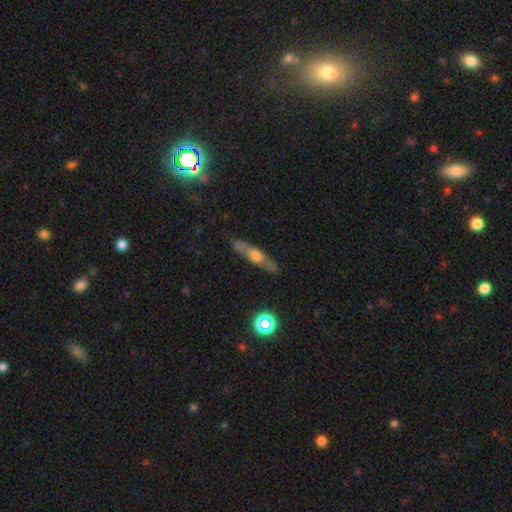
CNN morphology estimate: This appears to be a featured or disk galaxy (57%) viewed edge-on (84%). Merging: none (85%).